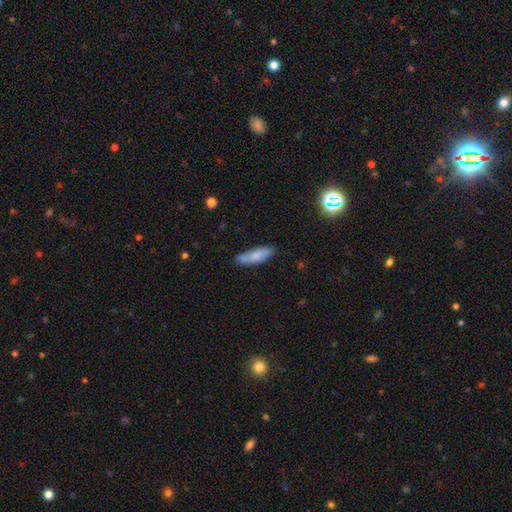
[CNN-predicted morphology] This appears to be a smooth galaxy with no disk features (77%) that is in between round and cigar-shaped (49%, tied with cigar-shaped). Merging: none (79%).